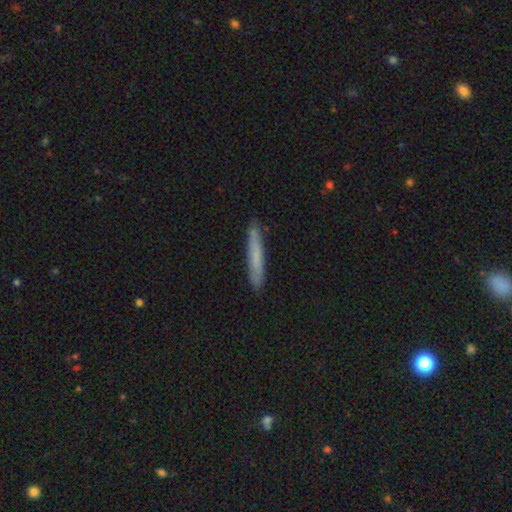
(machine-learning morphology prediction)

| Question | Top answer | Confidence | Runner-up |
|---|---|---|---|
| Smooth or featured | smooth | 67% | featured or disk (27%) |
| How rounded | cigar-shaped | 95% | in between (4%) |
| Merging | none | 86% | minor disturbance (11%) |